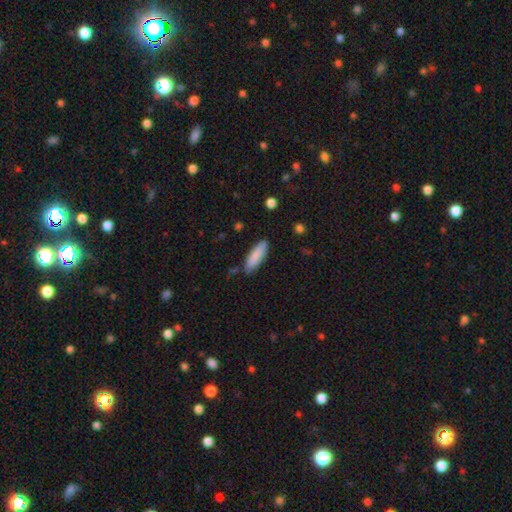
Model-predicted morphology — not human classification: The model was most divided on "how rounded": in between: 51%, cigar-shaped: 47%, round: 1%. More confident: smooth or featured — smooth (87%); merging — none (80%).